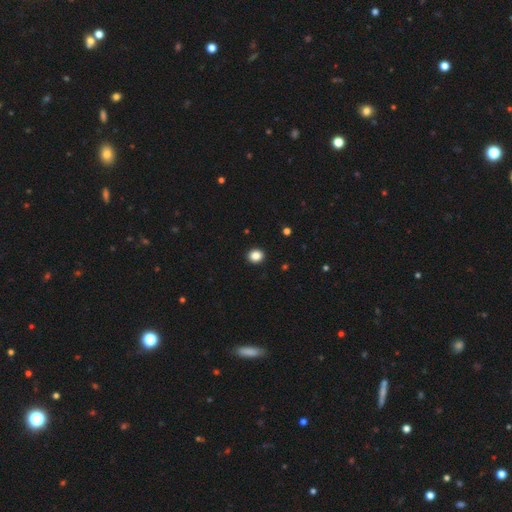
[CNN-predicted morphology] This is clearly a smooth galaxy (86%). How rounded: likely round (71%). Merging: clearly none (93%).